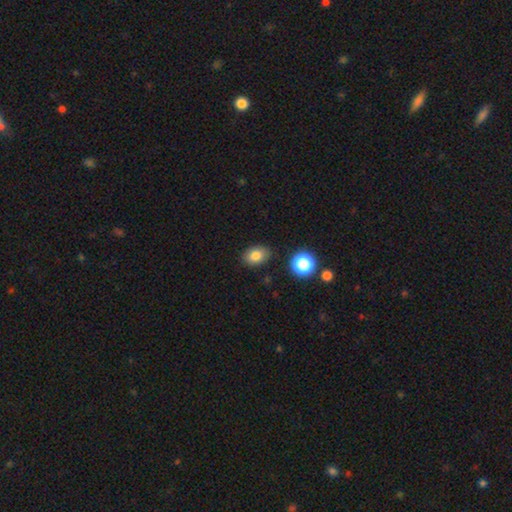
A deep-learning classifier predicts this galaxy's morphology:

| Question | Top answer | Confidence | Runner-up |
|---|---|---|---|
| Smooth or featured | smooth | 81% | star or artifact (10%) |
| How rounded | in between | 75% | round (24%) |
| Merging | none | 84% | minor disturbance (10%) |